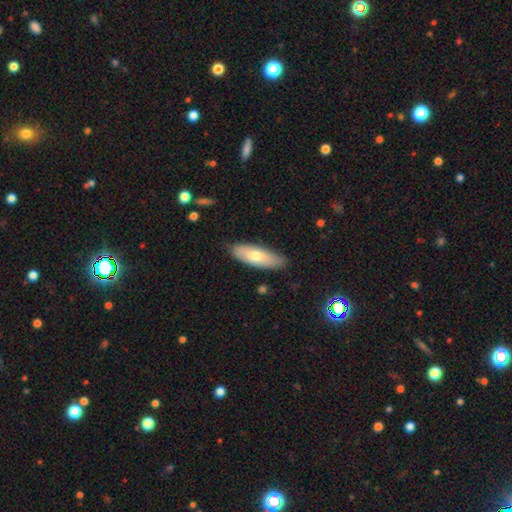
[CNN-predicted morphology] A smooth galaxy with no disk features (68%) that is in between round and cigar-shaped (66%). Merging: none (84%).